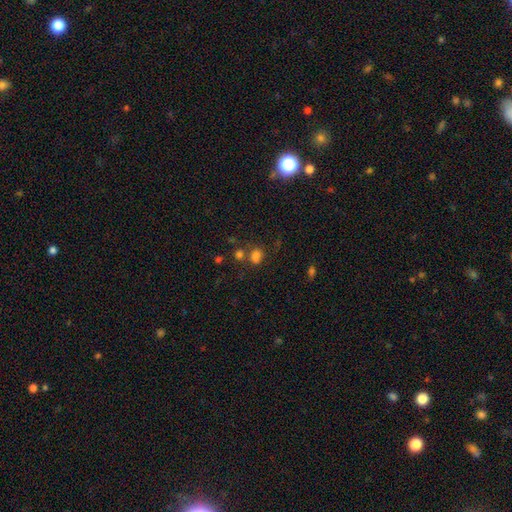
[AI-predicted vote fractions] smooth 71%, star or artifact 21%, featured or disk 8%. Down the decision tree: how rounded — round (52%); merging — none (51%).